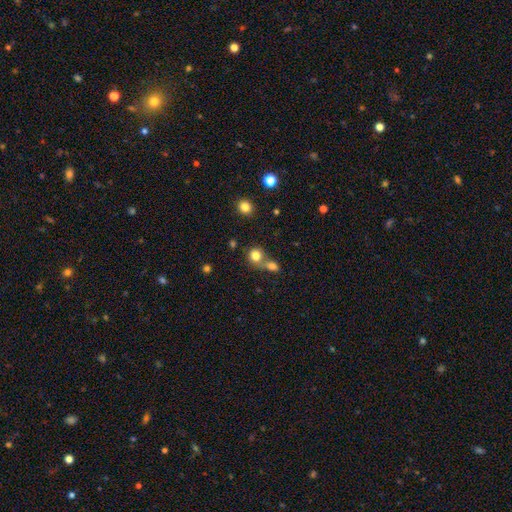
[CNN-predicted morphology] type=smooth (81%); roundness=round (85%); merging=none (46%).